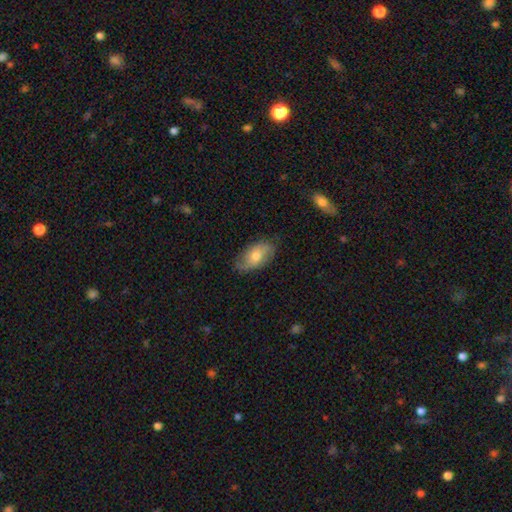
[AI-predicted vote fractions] smooth_or_featured: smooth (p=0.57) [alt: featured or disk p=0.37]
how_rounded: in between (p=0.92) [alt: round p=0.05]
merging: none (p=0.77) [alt: minor disturbance p=0.18]